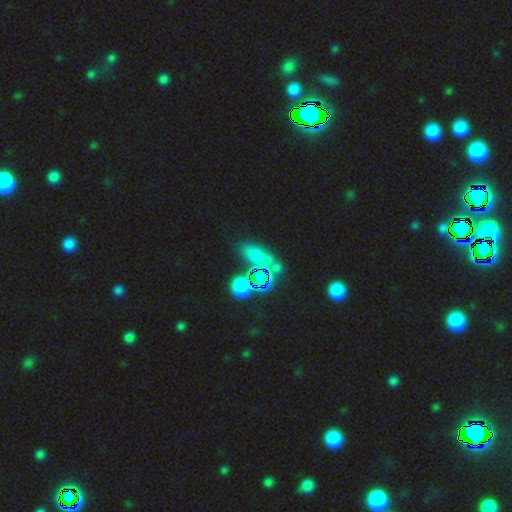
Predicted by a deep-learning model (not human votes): Smooth or featured?
  - smooth: 44% *
  - star or artifact: 43%
  - featured or disk: 14%
Merging?
  - none: 57% *
  - merger: 18%
  - minor disturbance: 15%
  - major disturbance: 10%